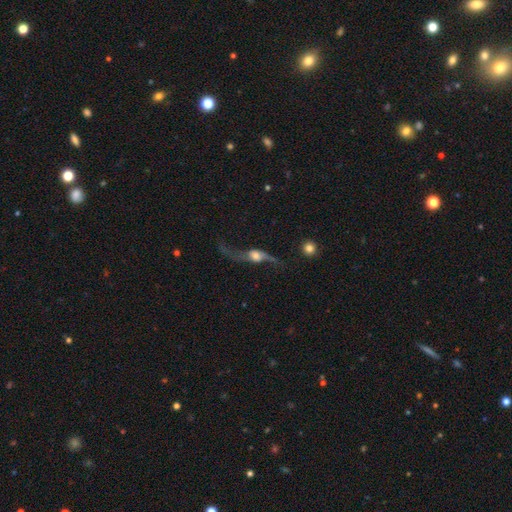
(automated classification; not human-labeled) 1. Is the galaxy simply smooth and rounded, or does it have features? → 74% featured or disk, 18% smooth, 7% star or artifact.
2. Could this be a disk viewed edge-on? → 79% no, 21% yes.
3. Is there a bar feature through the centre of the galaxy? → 64% no, 27% weak, 9% strong.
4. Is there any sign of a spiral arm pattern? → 88% yes, 12% no.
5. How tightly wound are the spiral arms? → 94% loose, 4% medium, 2% tight.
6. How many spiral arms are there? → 88% 2, 7% 1, 2% can't tell, 1% 3, 1% 4, 1% more than 4.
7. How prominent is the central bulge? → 51% moderate, 20% large, 20% small, 5% dominant, 4% none.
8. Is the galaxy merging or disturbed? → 39% none, 38% major disturbance, 16% minor disturbance, 6% merger.